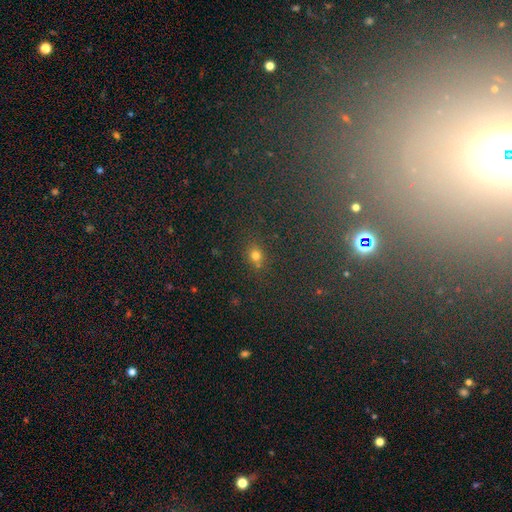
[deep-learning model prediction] Smooth or featured: smooth — 68% (star or artifact — 24%)
How rounded: round — 62% (in between — 35%)
Merging: none — 70% (minor disturbance — 13%)